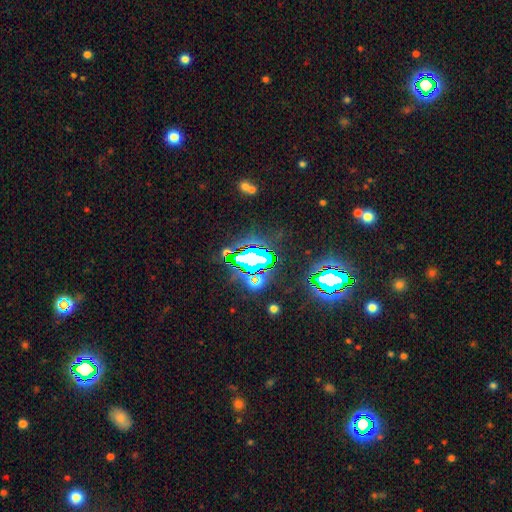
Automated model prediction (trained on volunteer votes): Smooth or featured? star or artifact (71%)